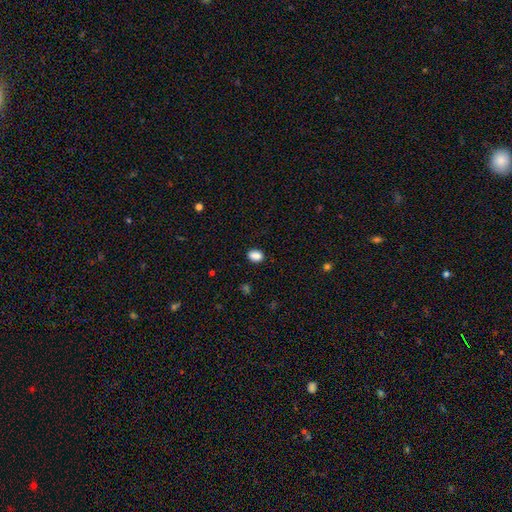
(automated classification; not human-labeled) Smooth or featured? smooth (88%)
How rounded? in between (72%)
Merging? none (88%)